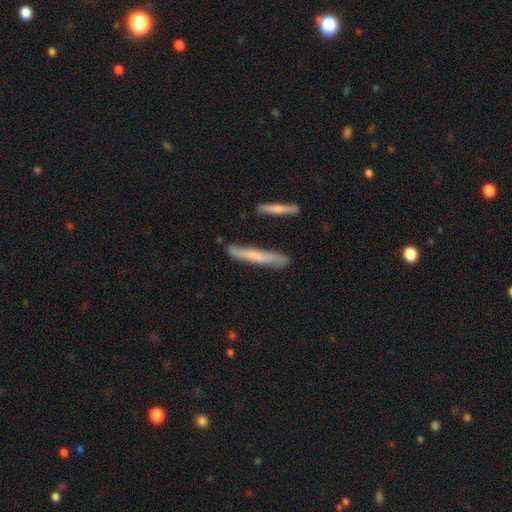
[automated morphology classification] type=smooth (52%); roundness=cigar-shaped (94%); merging=none (77%).